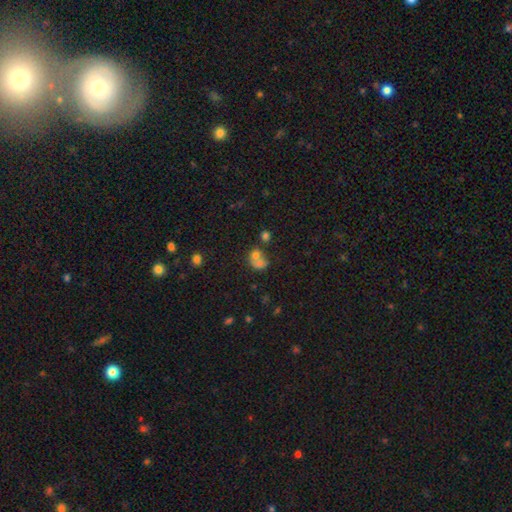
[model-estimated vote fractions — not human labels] Smooth or featured: smooth — 68% (featured or disk — 18%)
How rounded: round — 60% (in between — 39%)
Merging: merger — 59% (none — 26%)